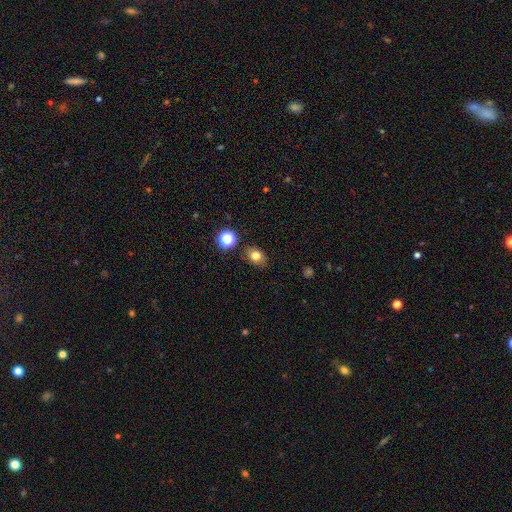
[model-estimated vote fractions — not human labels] smooth-or-featured: smooth: 78% | star or artifact: 14% | featured or disk: 8%
  how-rounded: in between: 60% | round: 39% | cigar-shaped: 1%
  merging: none: 83% | minor disturbance: 11% | merger: 3% | major disturbance: 3%